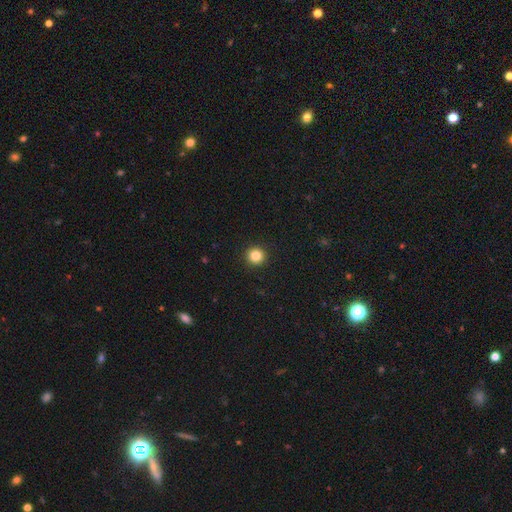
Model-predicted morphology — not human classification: A smooth galaxy with no disk features (84%) that is round (95%). Merging: none (93%).